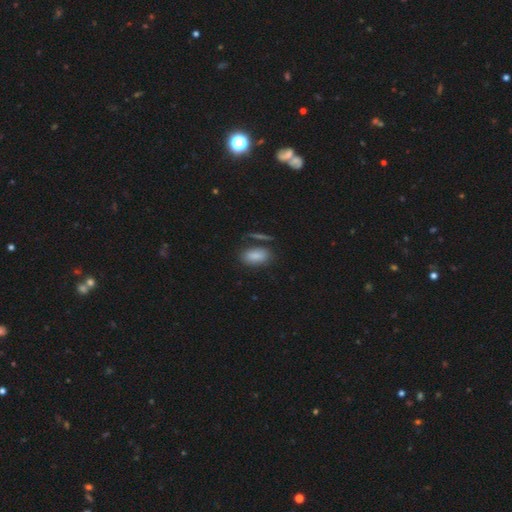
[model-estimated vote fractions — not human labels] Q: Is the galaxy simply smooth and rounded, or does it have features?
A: smooth — 84%.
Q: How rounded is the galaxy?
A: in between — 89%.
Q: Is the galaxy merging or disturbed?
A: none — 70%.